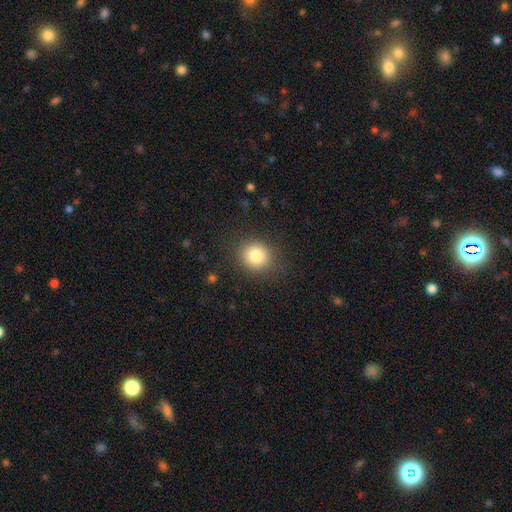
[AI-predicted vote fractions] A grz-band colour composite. It shows a smooth galaxy with no disk features (82%) that is round (87%). Merging: none (87%).